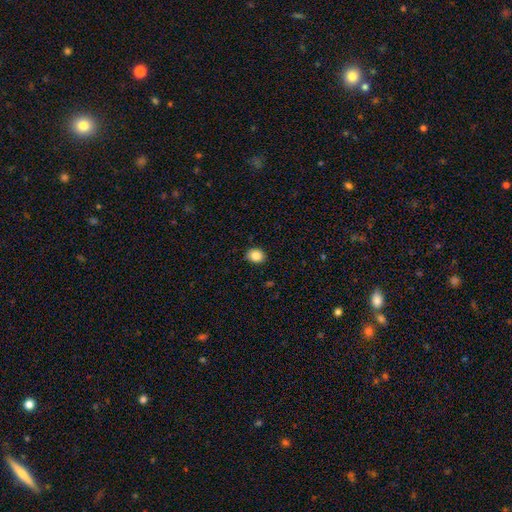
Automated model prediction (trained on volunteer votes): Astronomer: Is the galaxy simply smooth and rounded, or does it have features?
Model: smooth — 86%.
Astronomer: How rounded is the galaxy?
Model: round — 56% (runner-up: in between, 43%).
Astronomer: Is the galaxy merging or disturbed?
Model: none — 89%.